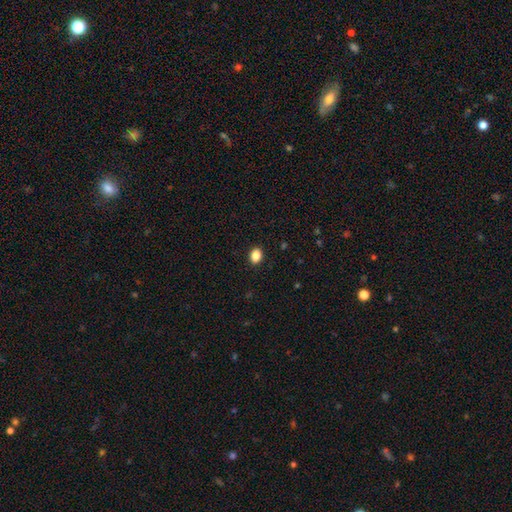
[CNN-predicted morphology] smooth-or-featured: smooth: 87% | star or artifact: 10% | featured or disk: 3%
  how-rounded: in between: 66% | round: 33% | cigar-shaped: 1%
  merging: none: 90% | minor disturbance: 7% | major disturbance: 2% | merger: 1%